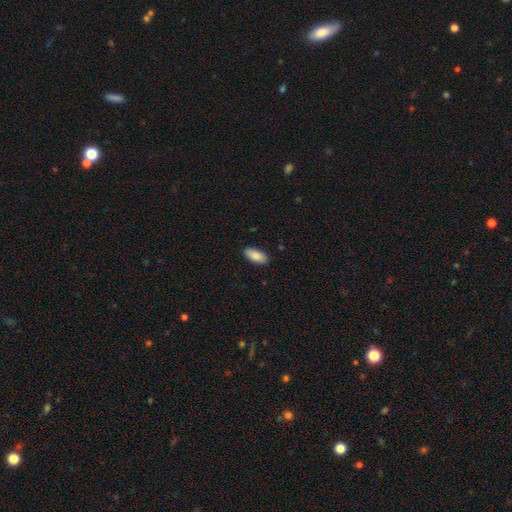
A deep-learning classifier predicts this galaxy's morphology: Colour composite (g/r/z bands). It shows a smooth galaxy with no disk features (88%) that is in between round and cigar-shaped (88%). Merging: none (89%).